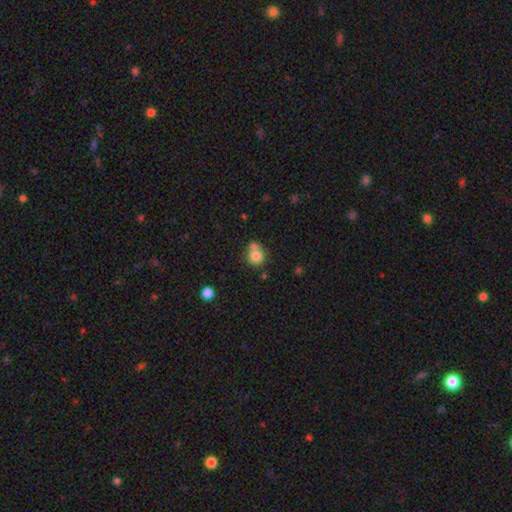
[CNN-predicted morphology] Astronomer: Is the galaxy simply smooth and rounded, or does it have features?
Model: smooth — 78%.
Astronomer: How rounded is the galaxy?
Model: round — 80%.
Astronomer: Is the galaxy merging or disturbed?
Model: none — 46% (runner-up: merger, 36%).